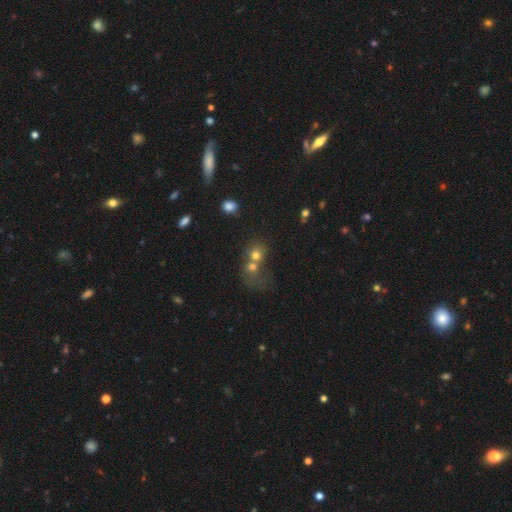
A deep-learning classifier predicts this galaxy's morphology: Overall: smooth (68%). How rounded: round (72%). Merging: merger (66%).